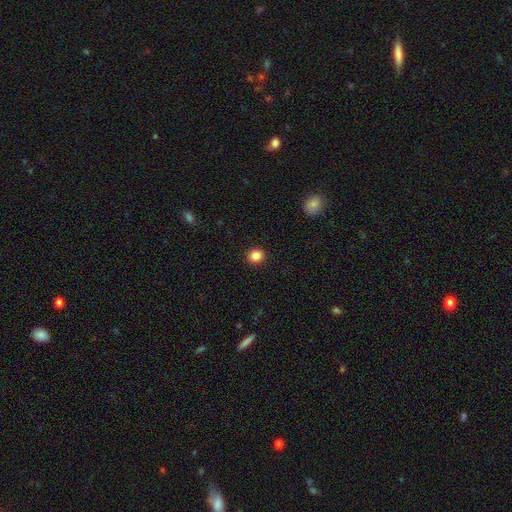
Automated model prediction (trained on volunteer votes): Overall: smooth (86%). How rounded: round (82%). Merging: none (92%).